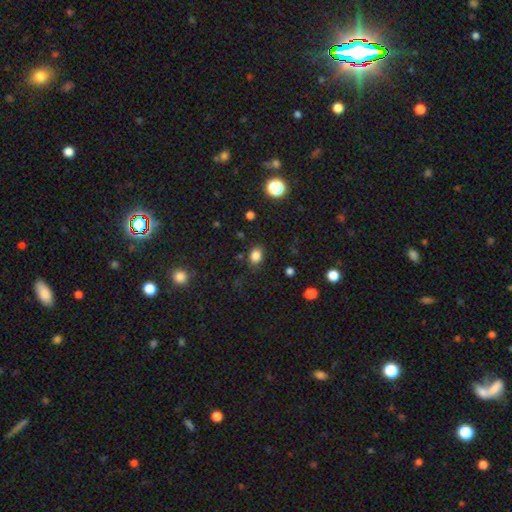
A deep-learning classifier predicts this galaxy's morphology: This appears to be a smooth galaxy with no disk features (84%) that is in between round and cigar-shaped (64%). Merging: none (81%).